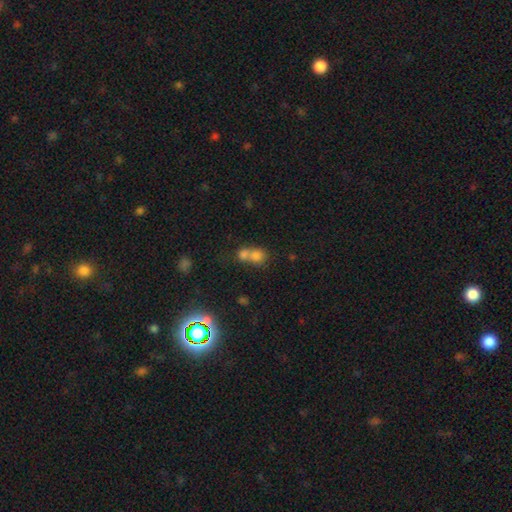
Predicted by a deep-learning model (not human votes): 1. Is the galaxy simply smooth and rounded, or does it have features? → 76% smooth, 13% star or artifact, 11% featured or disk.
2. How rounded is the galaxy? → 74% round, 25% in between, 1% cigar-shaped.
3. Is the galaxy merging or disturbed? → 64% merger, 28% none, 5% minor disturbance, 3% major disturbance.